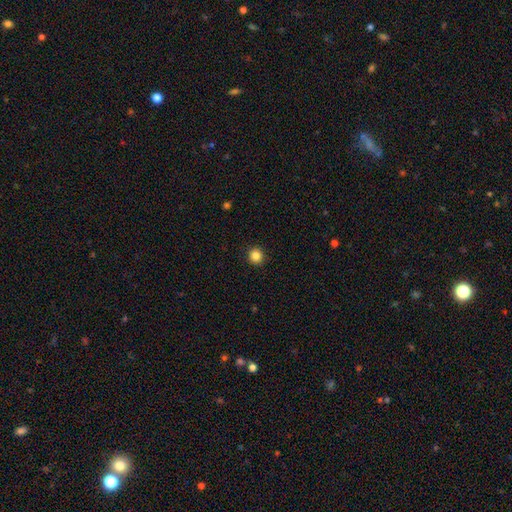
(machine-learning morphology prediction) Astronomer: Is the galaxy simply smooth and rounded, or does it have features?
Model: smooth — 84%.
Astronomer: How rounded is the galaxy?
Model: round — 94%.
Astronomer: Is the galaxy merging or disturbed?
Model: none — 93%.